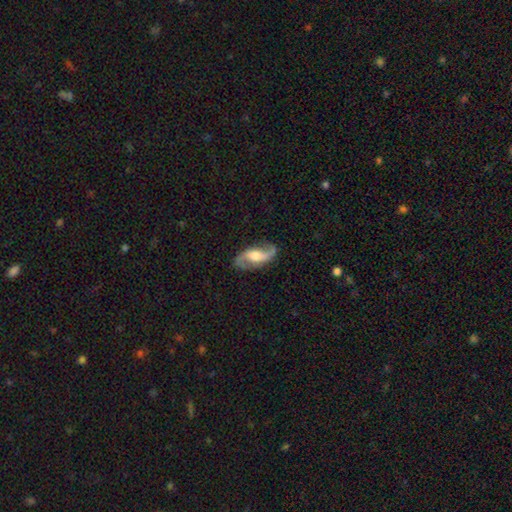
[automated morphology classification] The model was most divided on "bar": weak: 41%, no: 38%, strong: 21%. More confident: spiral arms — yes (96%); edge-on disk — no (95%); spiral arm count — 2 (93%); smooth or featured — featured or disk (86%); merging — none (81%); spiral winding — loose (64%); bulge size — moderate (58%).